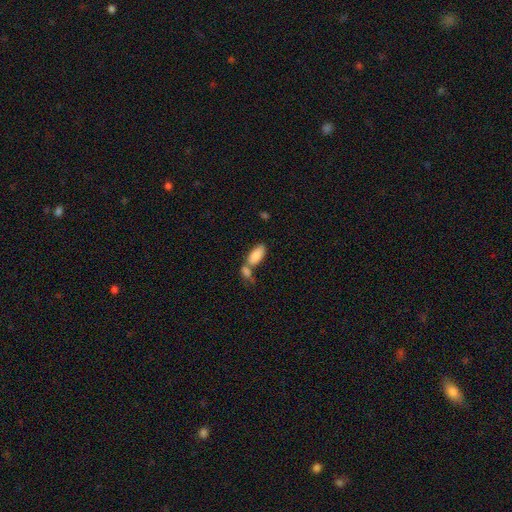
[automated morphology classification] The model was most divided on "merging": merger: 52%, none: 33%, minor disturbance: 11%, major disturbance: 5%. More confident: how rounded — in between (89%); smooth or featured — smooth (85%).